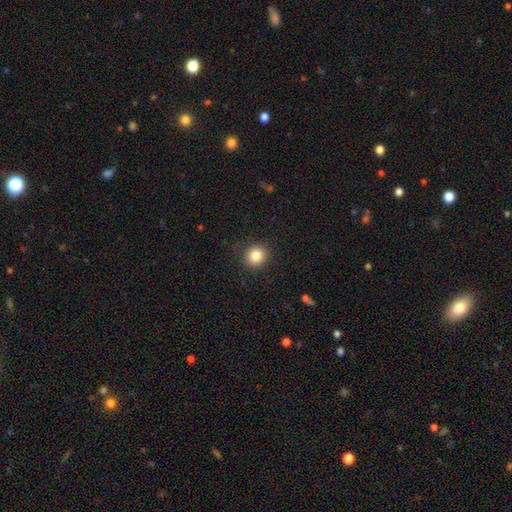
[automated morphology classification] A smooth galaxy with no disk features (83%) that is round (86%). Merging: none (89%).